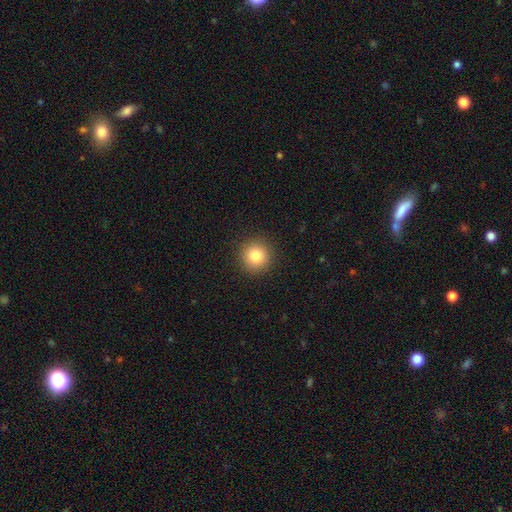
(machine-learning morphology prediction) A smooth galaxy with no disk features (82%) that is round (95%).

Vote fractions:
- Smooth or featured? smooth: 82% / star or artifact: 11% / featured or disk: 7%
- How rounded? round: 95% / in between: 4% / cigar-shaped: 1%
- Merging? none: 92% / minor disturbance: 5% / major disturbance: 2% / merger: 1%